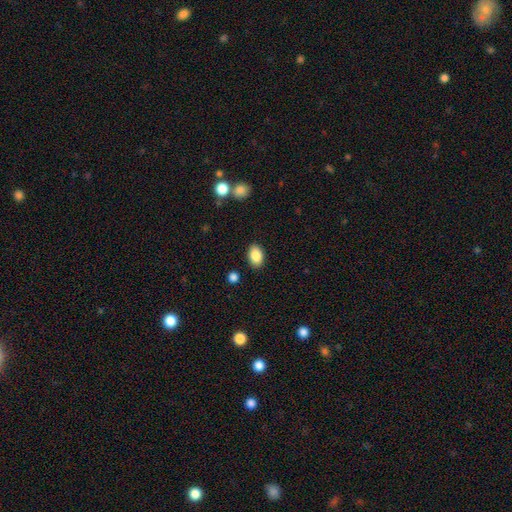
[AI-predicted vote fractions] A smooth galaxy with no disk features (87%) that is in between round and cigar-shaped (85%). Merging: none (87%).